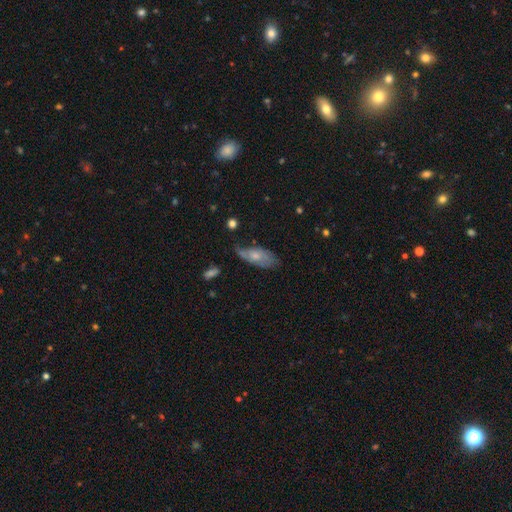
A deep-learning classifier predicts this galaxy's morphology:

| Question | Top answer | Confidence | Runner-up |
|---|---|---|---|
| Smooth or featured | smooth | 54% | featured or disk (39%) |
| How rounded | in between | 86% | cigar-shaped (10%) |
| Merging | none | 40% | minor disturbance (36%) |